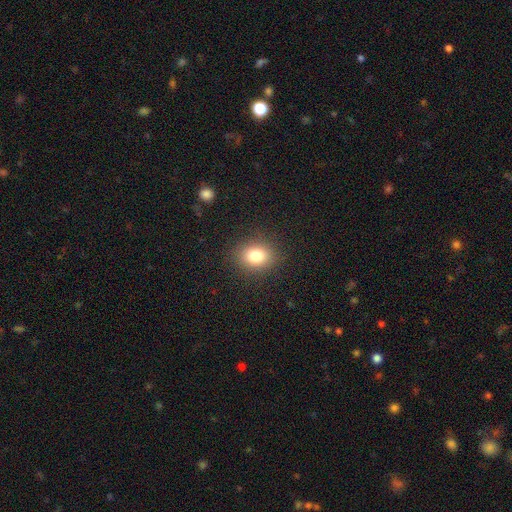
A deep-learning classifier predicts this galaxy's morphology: Smooth or featured?
  - smooth: 80% *
  - star or artifact: 12%
  - featured or disk: 8%
How rounded?
  - round: 53% *
  - in between: 46%
  - cigar-shaped: 1%
Merging?
  - none: 88% *
  - minor disturbance: 8%
  - major disturbance: 3%
  - merger: 1%